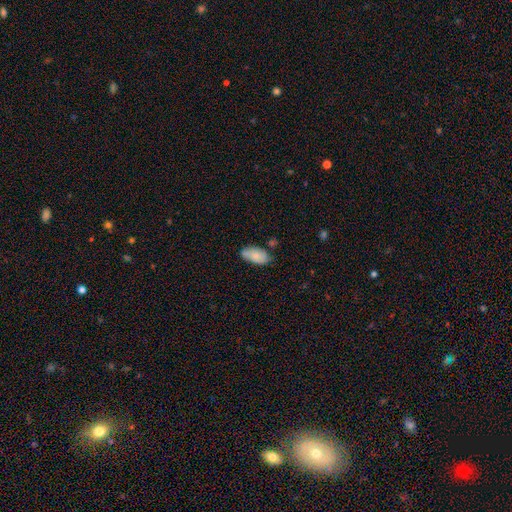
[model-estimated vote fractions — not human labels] Smooth or featured? smooth (79%)
How rounded? in between (93%)
Merging? none (66%)